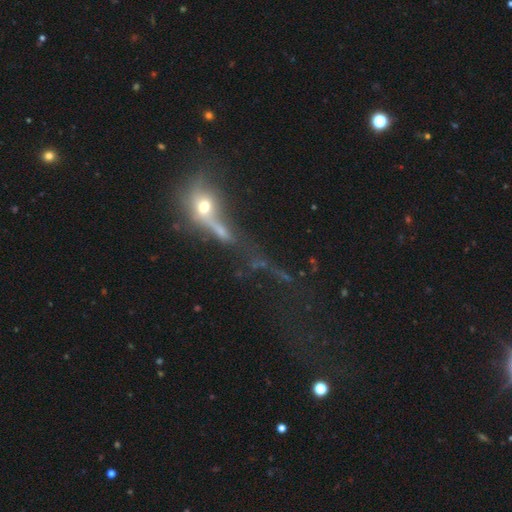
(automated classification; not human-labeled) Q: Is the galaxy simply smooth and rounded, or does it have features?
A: smooth — 37%.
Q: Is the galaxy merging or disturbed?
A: merger — 43%.